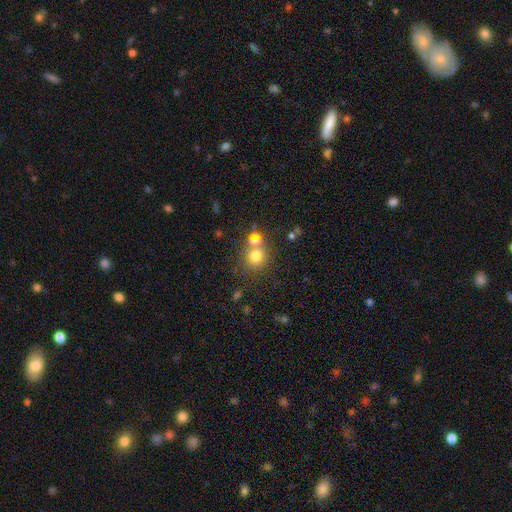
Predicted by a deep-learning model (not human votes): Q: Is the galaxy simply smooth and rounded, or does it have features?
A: smooth — 75%.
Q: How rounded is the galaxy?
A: round — 82%.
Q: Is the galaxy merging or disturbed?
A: none — 52%.